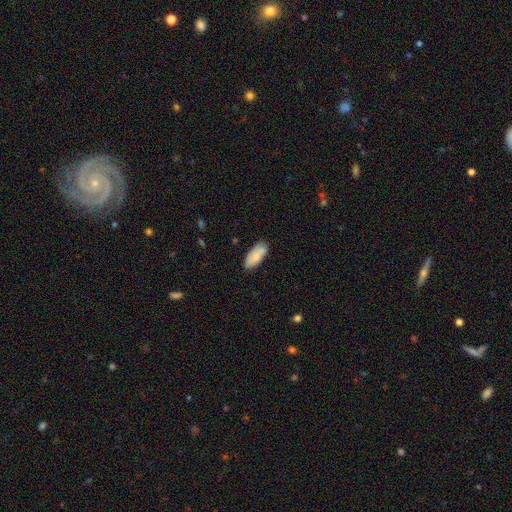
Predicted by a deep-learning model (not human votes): Overall: smooth (68%). How rounded: in between (87%). Merging: none (71%).